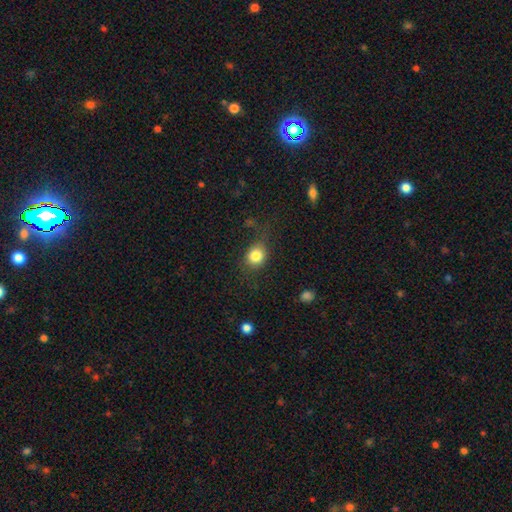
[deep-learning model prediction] A smooth galaxy with no disk features (81%) that is round (72%).

Vote fractions:
- Smooth or featured? smooth: 81% / star or artifact: 11% / featured or disk: 8%
- How rounded? round: 72% / in between: 27% / cigar-shaped: 1%
- Merging? none: 65% / minor disturbance: 21% / major disturbance: 12% / merger: 2%